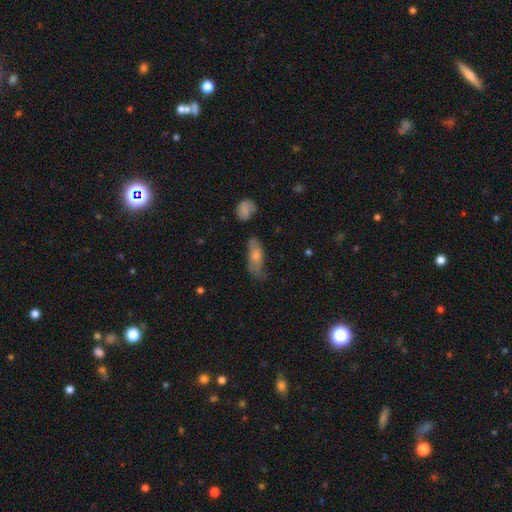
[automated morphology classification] type=smooth (67%); roundness=in between (65%); merging=none (50%).